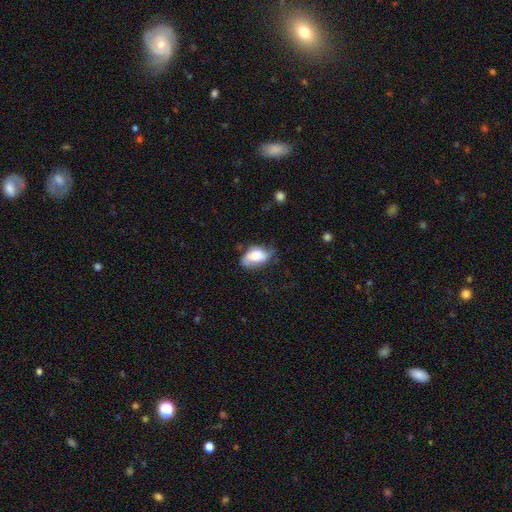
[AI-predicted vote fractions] Overall: smooth (66%; featured or disk 26%). How rounded: in between (91%). Merging: none (44%; minor disturbance 38%).